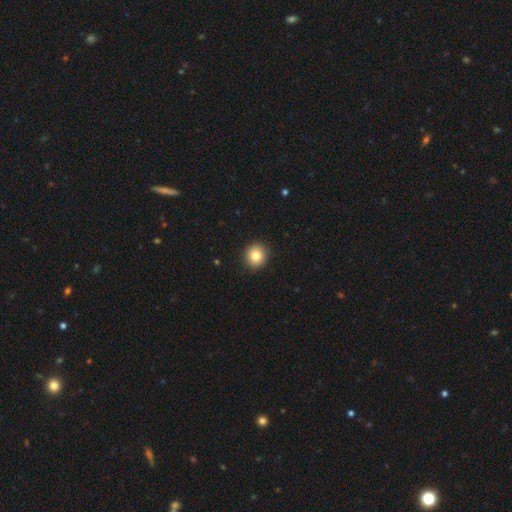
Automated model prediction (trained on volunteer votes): This is clearly a smooth galaxy (82%). How rounded: clearly round (86%). Merging: clearly none (92%).